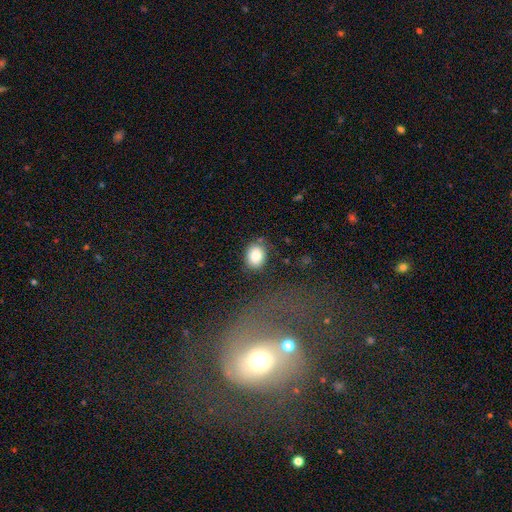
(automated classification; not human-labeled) Smooth or featured: smooth — 85% (star or artifact — 8%)
How rounded: in between — 66% (round — 33%)
Merging: none — 79% (minor disturbance — 13%)